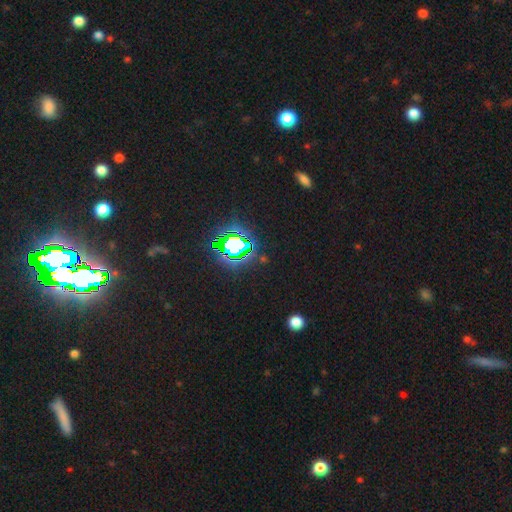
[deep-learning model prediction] This is clearly a star or artifact rather than a galaxy (82%).